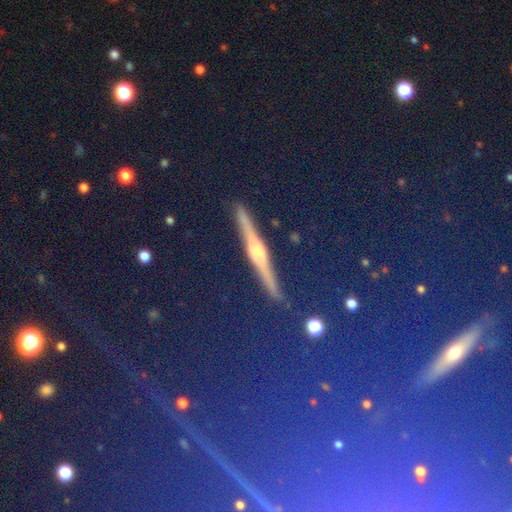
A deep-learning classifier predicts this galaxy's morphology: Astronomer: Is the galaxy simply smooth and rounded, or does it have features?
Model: featured or disk — 54%.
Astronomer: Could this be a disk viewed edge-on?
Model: yes — 87%.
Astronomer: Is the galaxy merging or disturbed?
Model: none — 88%.